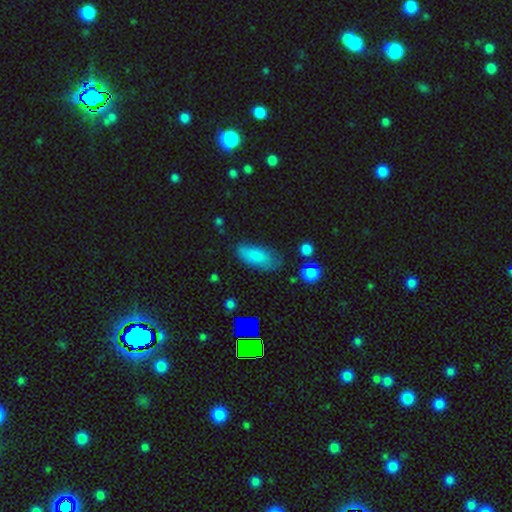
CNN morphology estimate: The model was most divided on "merging": none: 65%, minor disturbance: 24%, major disturbance: 8%, merger: 3%. More confident: how rounded — in between (86%); smooth or featured — smooth (79%).